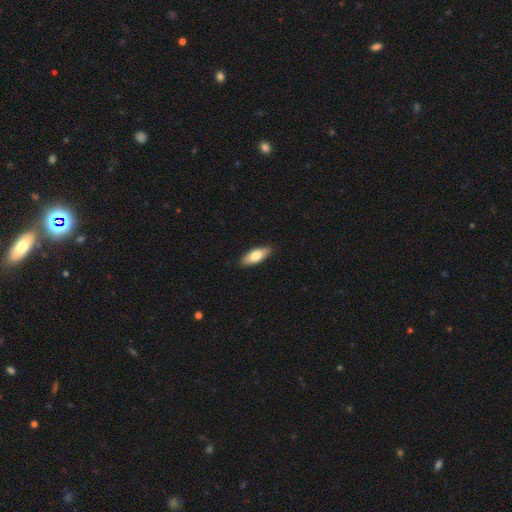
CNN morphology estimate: type=smooth (76%); roundness=in between (75%); merging=none (88%).